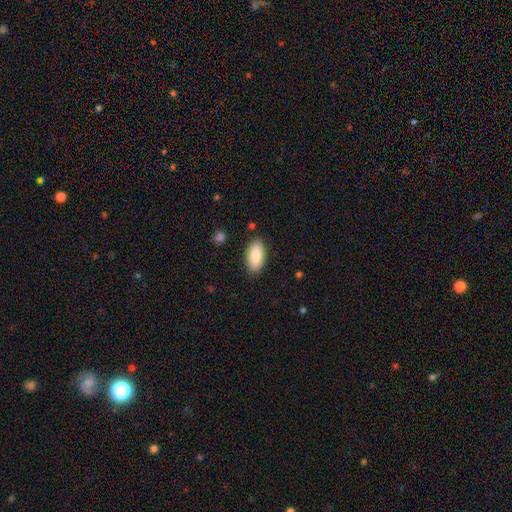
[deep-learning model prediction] A smooth galaxy with no disk features (83%) that is in between round and cigar-shaped (92%).

Vote fractions:
- Smooth or featured? smooth: 83% / featured or disk: 11% / star or artifact: 6%
- How rounded? in between: 92% / cigar-shaped: 5% / round: 3%
- Merging? none: 87% / minor disturbance: 9% / major disturbance: 2% / merger: 1%